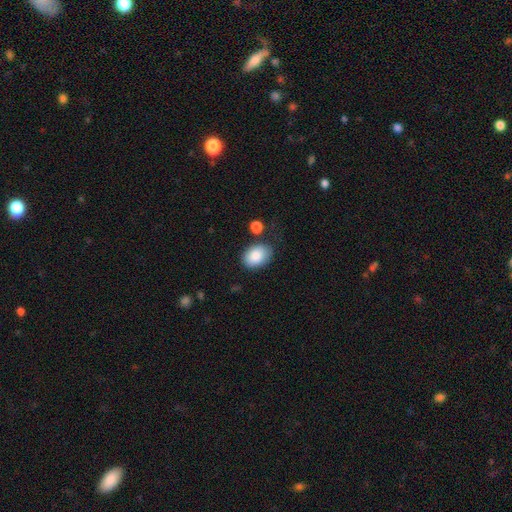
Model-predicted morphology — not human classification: type=smooth (87%); roundness=in between (80%); merging=none (75%).